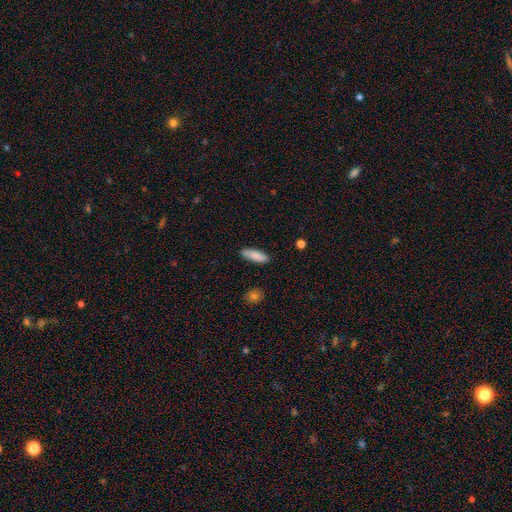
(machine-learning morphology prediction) smooth-or-featured: smooth: 86% | featured or disk: 8% | star or artifact: 6%
  how-rounded: in between: 50% | cigar-shaped: 48% | round: 2%
  merging: none: 87% | minor disturbance: 10% | major disturbance: 2% | merger: 2%